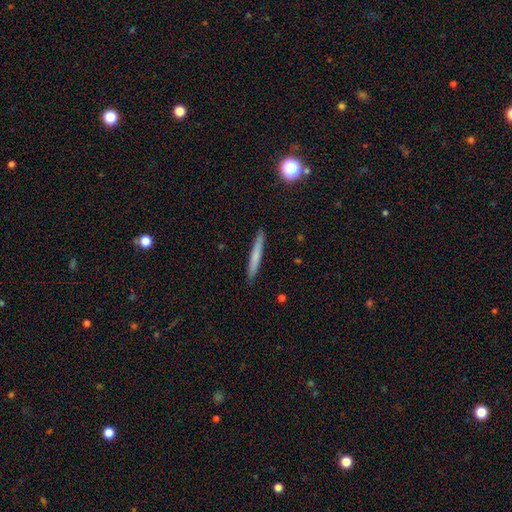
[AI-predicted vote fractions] smooth 67%, featured or disk 27%, star or artifact 7%. Down the decision tree: how rounded — cigar-shaped (96%); merging — none (91%).